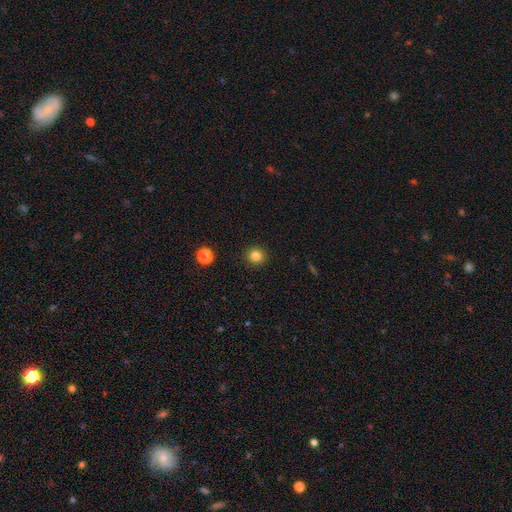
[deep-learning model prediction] Overall: smooth (82%). How rounded: round (93%). Merging: none (92%).